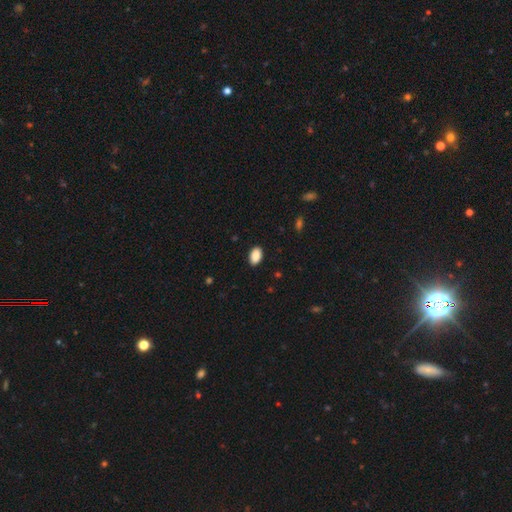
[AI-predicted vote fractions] smooth_or_featured: smooth (p=0.90) [alt: star or artifact p=0.07]
how_rounded: in between (p=0.93) [alt: round p=0.06]
merging: none (p=0.89) [alt: minor disturbance p=0.08]